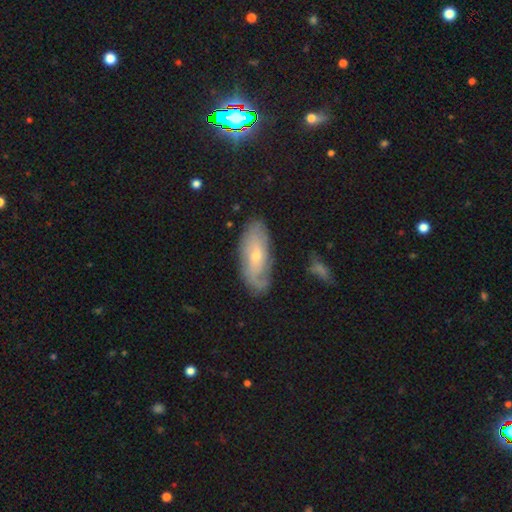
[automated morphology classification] A featured or disk galaxy (56%).

Vote fractions:
- Smooth or featured? featured or disk: 56% / smooth: 38% / star or artifact: 7%
- Edge-on disk? no: 86% / yes: 14%
- Merging? none: 70% / minor disturbance: 21% / major disturbance: 7% / merger: 2%